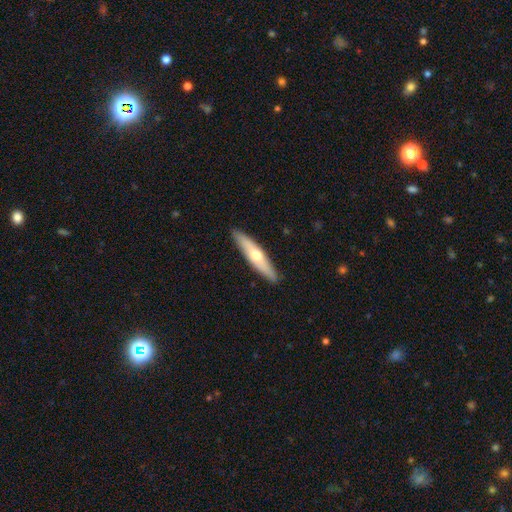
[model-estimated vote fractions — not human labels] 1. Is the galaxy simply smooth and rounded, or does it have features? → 48% smooth, 47% featured or disk, 5% star or artifact.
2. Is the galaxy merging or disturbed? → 90% none, 7% minor disturbance, 1% major disturbance, 1% merger.